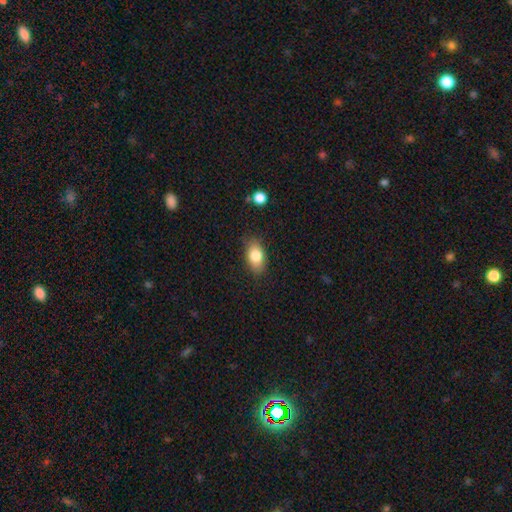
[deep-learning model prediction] Overall: smooth (81%). How rounded: in between (88%). Merging: none (83%).